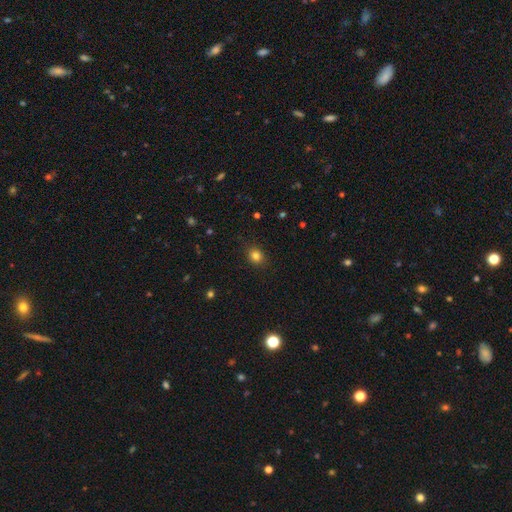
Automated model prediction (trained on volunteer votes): A smooth galaxy with no disk features (82%) that is round (70%).

Vote fractions:
- Smooth or featured? smooth: 82% / star or artifact: 13% / featured or disk: 5%
- How rounded? round: 70% / in between: 29% / cigar-shaped: 1%
- Merging? none: 88% / minor disturbance: 9% / major disturbance: 2% / merger: 1%